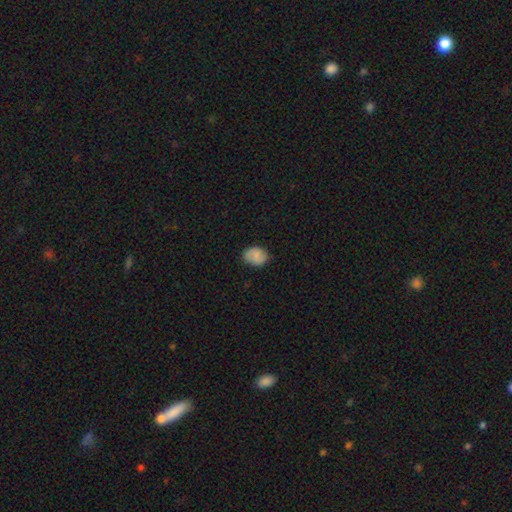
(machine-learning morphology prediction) Smooth or featured? smooth (82%)
How rounded? in between (60%)
Merging? none (76%)